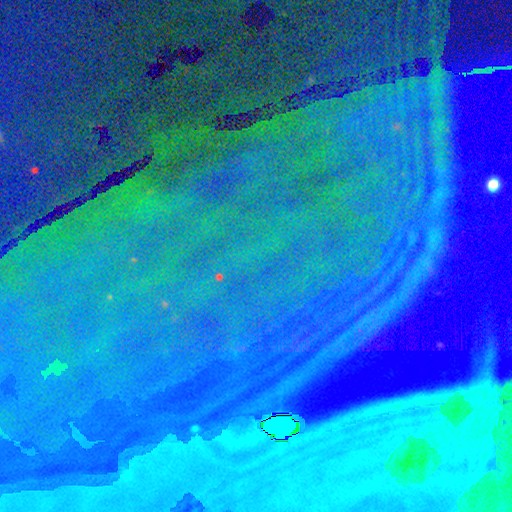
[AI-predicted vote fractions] Morphology: type=star or artifact (86%).